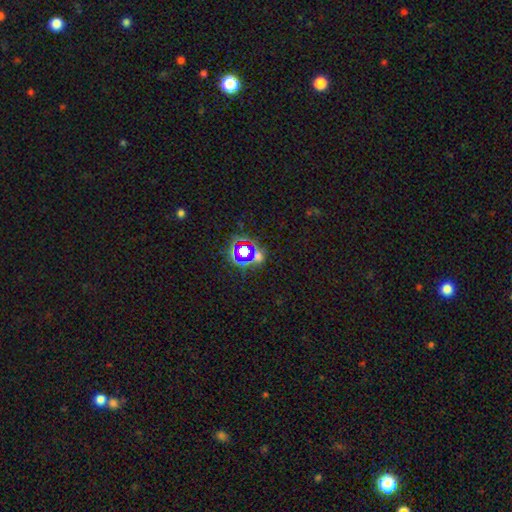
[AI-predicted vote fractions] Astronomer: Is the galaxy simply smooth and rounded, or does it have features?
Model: star or artifact — 67%.